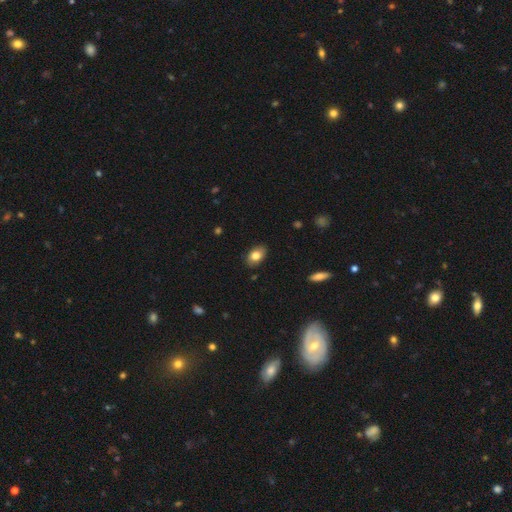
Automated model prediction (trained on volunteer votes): The model was most divided on "smooth or featured": smooth: 79%, featured or disk: 12%, star or artifact: 8%. More confident: how rounded — in between (87%); merging — none (85%).